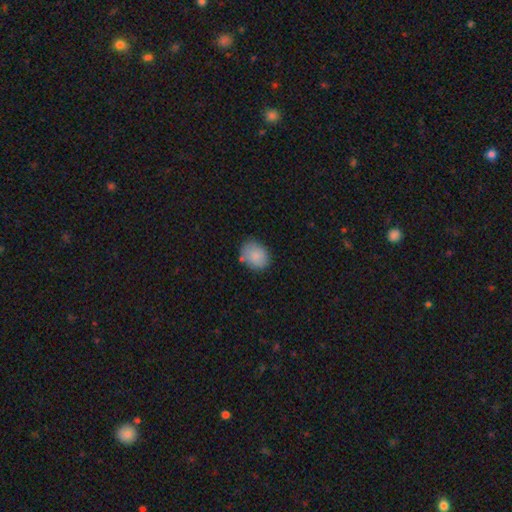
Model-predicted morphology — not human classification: smooth 86%, star or artifact 7%, featured or disk 7%. Down the decision tree: how rounded — in between (51%); merging — none (74%).